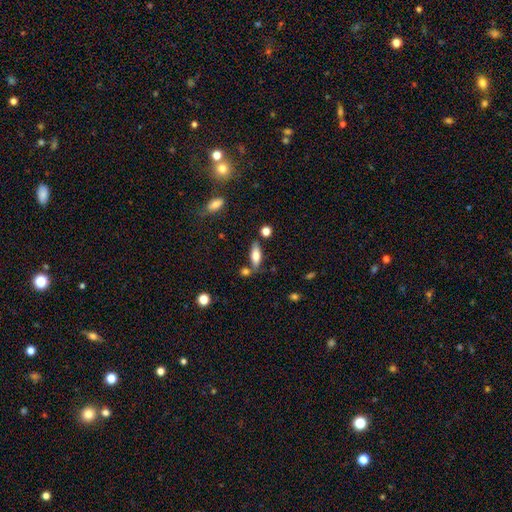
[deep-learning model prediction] A smooth galaxy with no disk features (70%) that is in between round and cigar-shaped (67%).

Vote fractions:
- Smooth or featured? smooth: 70% / featured or disk: 23% / star or artifact: 7%
- How rounded? in between: 67% / cigar-shaped: 31% / round: 2%
- Merging? none: 70% / minor disturbance: 15% / merger: 11% / major disturbance: 4%